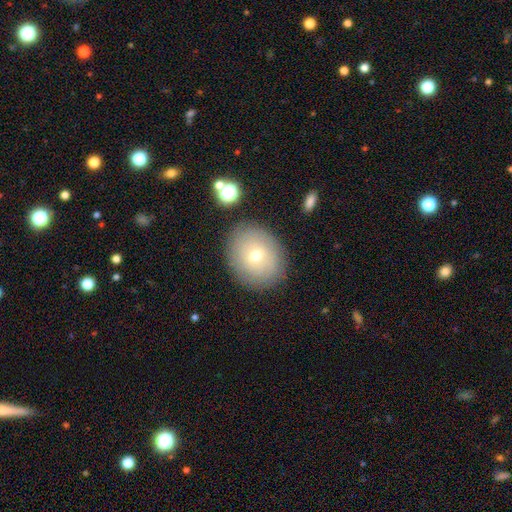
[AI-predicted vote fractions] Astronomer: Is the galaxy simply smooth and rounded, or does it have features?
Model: smooth — 66%.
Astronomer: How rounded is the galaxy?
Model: round — 62% (runner-up: in between, 37%).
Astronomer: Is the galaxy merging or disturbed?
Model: none — 84%.